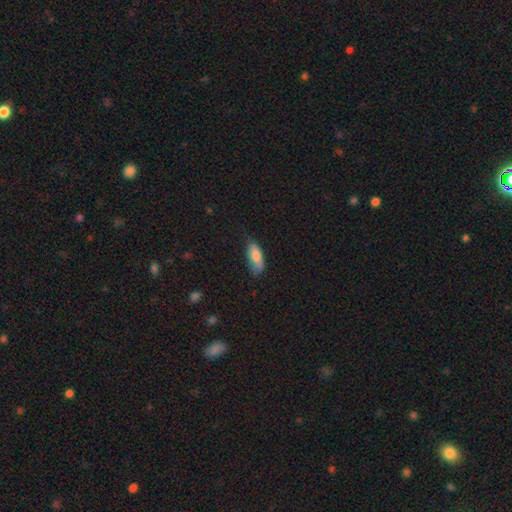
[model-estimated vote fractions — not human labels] Smooth or featured?
  - smooth: 79% *
  - featured or disk: 15%
  - star or artifact: 6%
How rounded?
  - in between: 72% *
  - cigar-shaped: 26%
  - round: 2%
Merging?
  - none: 60% *
  - minor disturbance: 31%
  - major disturbance: 7%
  - merger: 2%